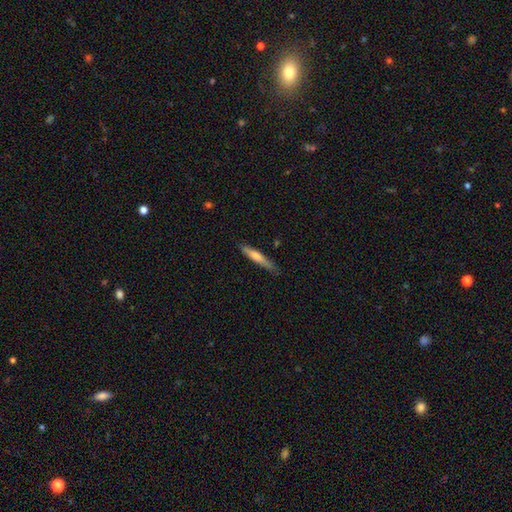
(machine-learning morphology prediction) smooth_or_featured: smooth (p=0.54) [alt: featured or disk p=0.39]
how_rounded: cigar-shaped (p=0.92) [alt: in between p=0.07]
merging: none (p=0.81) [alt: minor disturbance p=0.16]